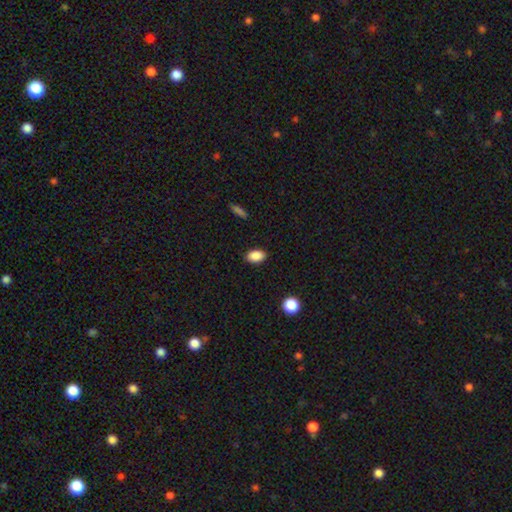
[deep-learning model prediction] Morphology: type=smooth (88%); roundness=in between (89%); merging=none (87%).